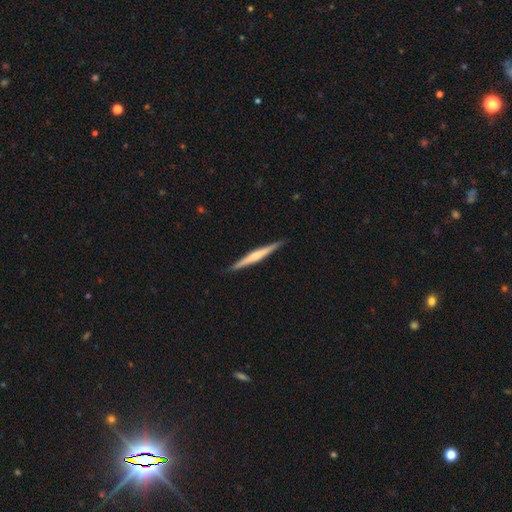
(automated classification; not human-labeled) Smooth or featured?
  - featured or disk: 58% *
  - smooth: 36%
  - star or artifact: 5%
Edge-on disk?
  - yes: 98% *
  - no: 2%
Edge-on bulge?
  - rounded: 47% *
  - none: 35%
  - boxy: 18%
Merging?
  - none: 91% *
  - minor disturbance: 7%
  - major disturbance: 1%
  - merger: 1%